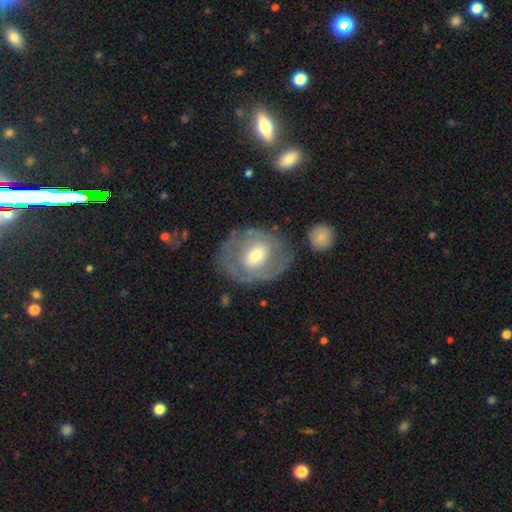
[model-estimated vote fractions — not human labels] Overall: featured or disk (60%; smooth 33%). Edge-on disk: no (95%). Bar: no (54%; weak 34%). Spiral arms: no (52%; yes 48%). Bulge size: moderate (62%; small 26%). Merging: none (73%).